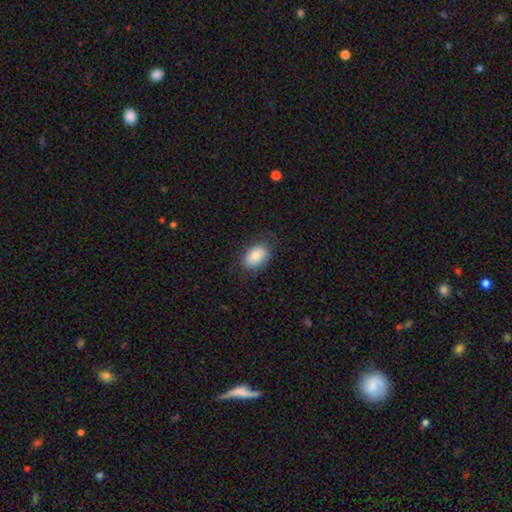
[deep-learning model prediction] Smooth or featured? Predicted: smooth (p=0.81). How rounded? Predicted: in between (p=0.83). Merging? Predicted: none (p=0.76).